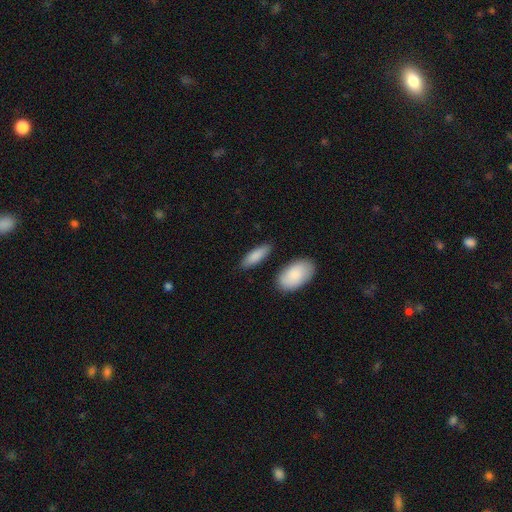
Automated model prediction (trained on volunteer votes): A smooth galaxy with no disk features (86%) that is in between round and cigar-shaped (64%).

Vote fractions:
- Smooth or featured? smooth: 86% / featured or disk: 9% / star or artifact: 6%
- How rounded? in between: 64% / cigar-shaped: 34% / round: 2%
- Merging? none: 82% / minor disturbance: 11% / merger: 5% / major disturbance: 3%